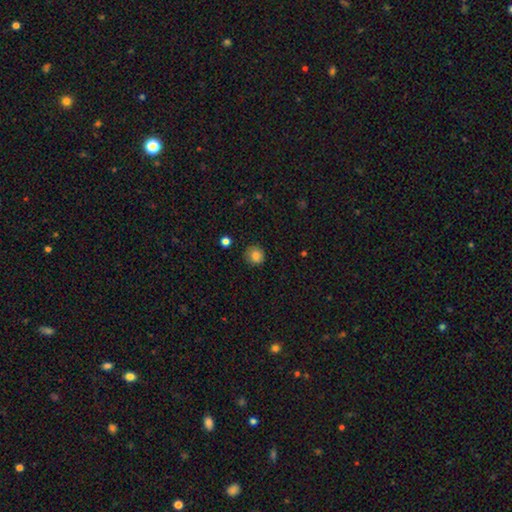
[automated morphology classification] Smooth or featured? smooth (83%)
How rounded? round (89%)
Merging? none (84%)